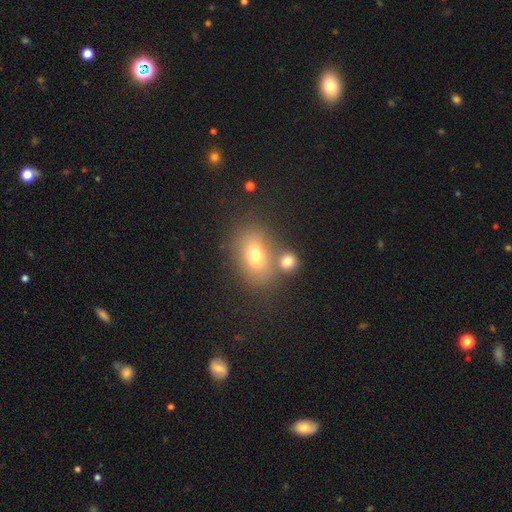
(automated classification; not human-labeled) smooth 71%, featured or disk 16%, star or artifact 13%. Down the decision tree: how rounded — in between (71%); merging — none (56%).